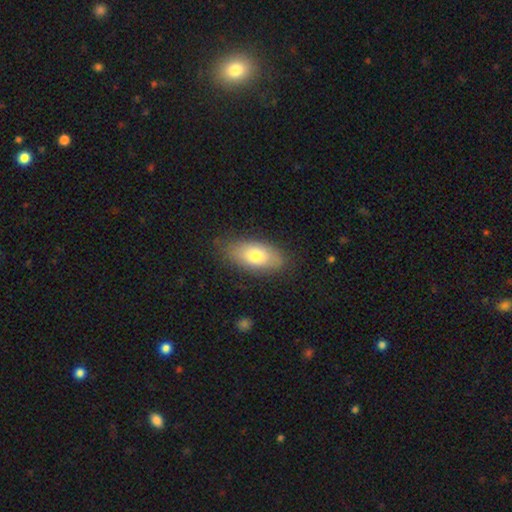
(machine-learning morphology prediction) Overall: smooth (74%). How rounded: in between (89%). Merging: none (80%).